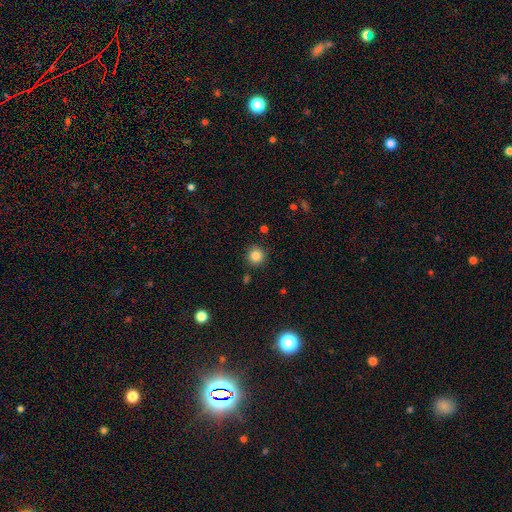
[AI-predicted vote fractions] Smooth or featured? Predicted: smooth (p=0.85). How rounded? Predicted: round (p=0.94). Merging? Predicted: none (p=0.88).